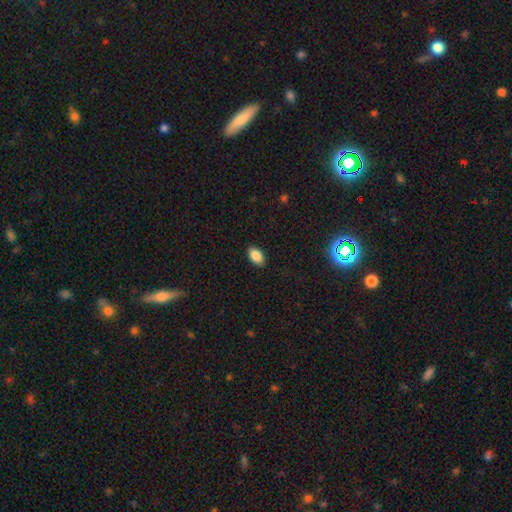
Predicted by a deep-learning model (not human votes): Q: Smooth or featured?
A: smooth (87%); runner-up: star or artifact (8%)
Q: How rounded?
A: in between (92%); runner-up: round (6%)
Q: Merging?
A: none (89%); runner-up: minor disturbance (8%)